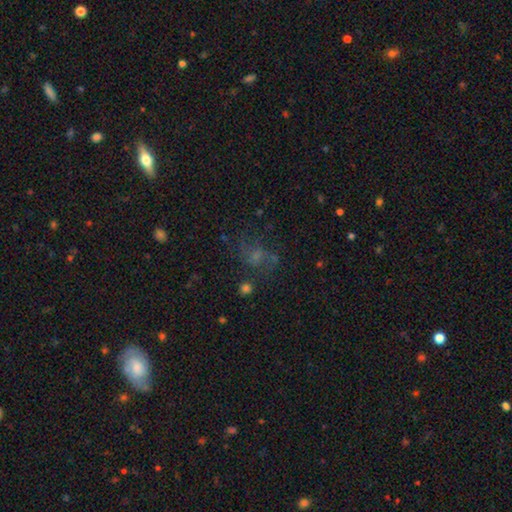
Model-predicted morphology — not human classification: Smooth or featured?
  - featured or disk: 35% * (tied)
  - star or artifact: 35% * (tied)
  - smooth: 29%
Merging?
  - none: 63% *
  - minor disturbance: 16%
  - major disturbance: 15%
  - merger: 5%